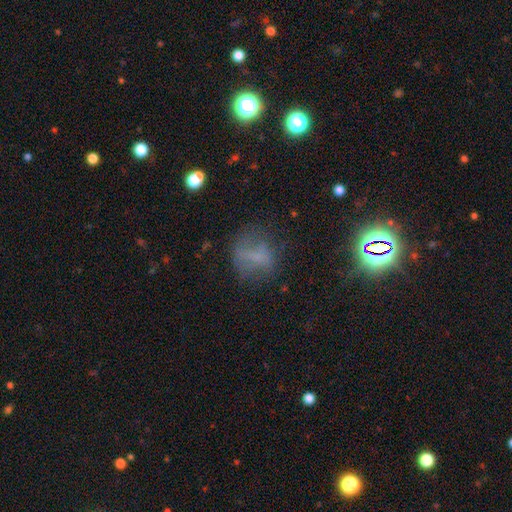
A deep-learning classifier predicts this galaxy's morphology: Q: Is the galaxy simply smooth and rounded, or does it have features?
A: smooth — 51%.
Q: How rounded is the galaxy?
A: round — 55%.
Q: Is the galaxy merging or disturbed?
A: none — 56%.